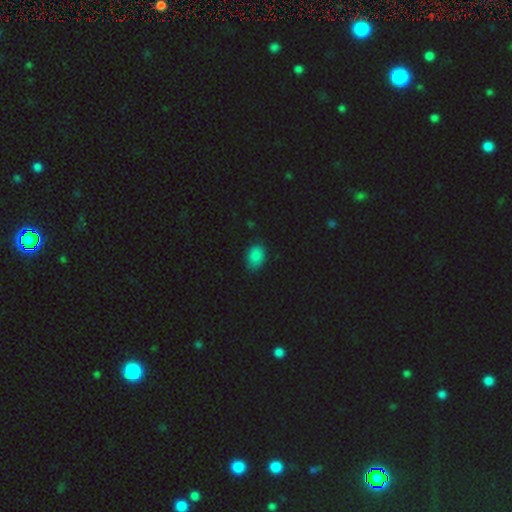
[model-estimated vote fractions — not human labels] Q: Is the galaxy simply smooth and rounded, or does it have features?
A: smooth — 85%.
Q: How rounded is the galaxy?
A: in between — 73%.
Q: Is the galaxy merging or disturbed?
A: none — 76%.